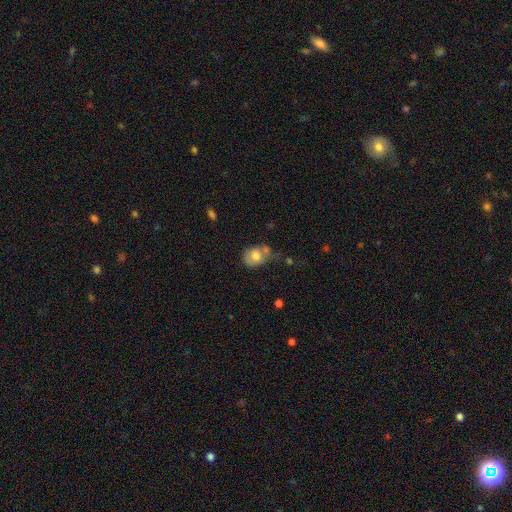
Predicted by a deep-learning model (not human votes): Smooth or featured? smooth (69%)
How rounded? in between (62%)
Merging? none (35%)